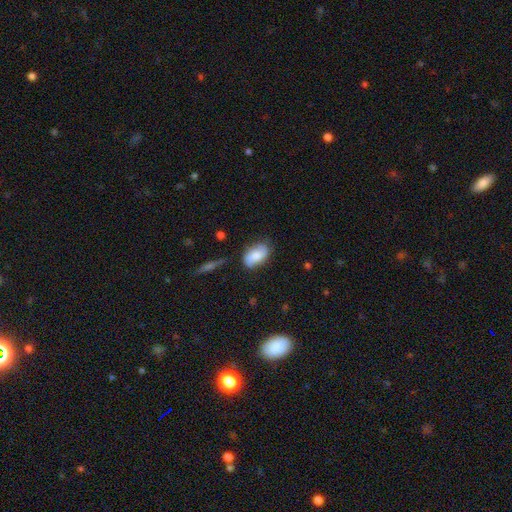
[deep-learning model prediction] Morphology: type=smooth (67%); roundness=in between (91%); merging=none (71%).